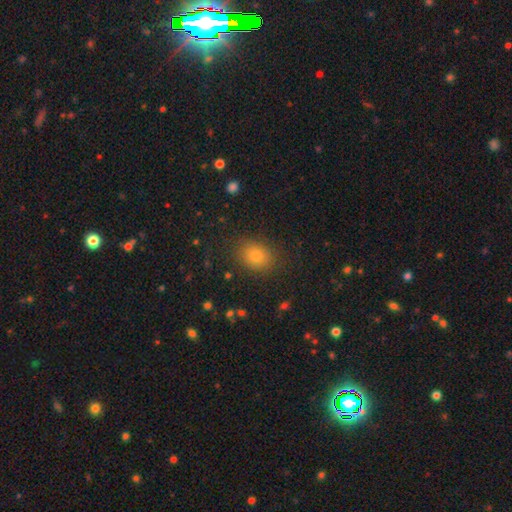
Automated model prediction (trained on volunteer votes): smooth_or_featured: smooth (p=0.78) [alt: star or artifact p=0.15]
how_rounded: in between (p=0.50) [alt: round p=0.49]
merging: none (p=0.86) [alt: minor disturbance p=0.09]